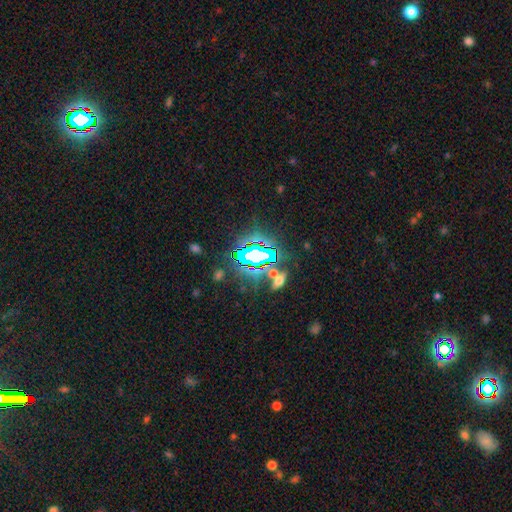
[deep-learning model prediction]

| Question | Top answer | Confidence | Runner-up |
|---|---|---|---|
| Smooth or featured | star or artifact | 65% | smooth (21%) |